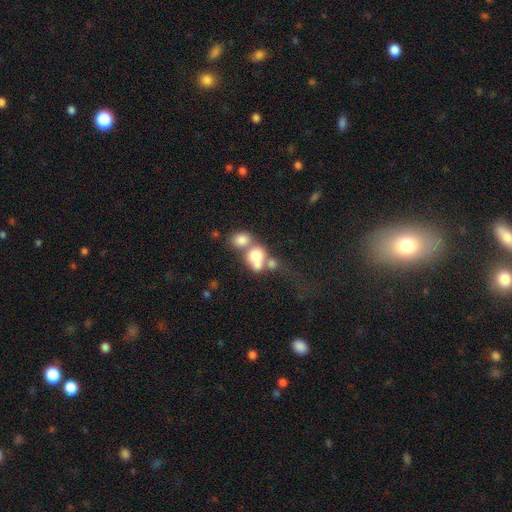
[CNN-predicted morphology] This appears to be a smooth galaxy with no disk features (68%) that is in between round and cigar-shaped (53%). Merging: merger (64%).